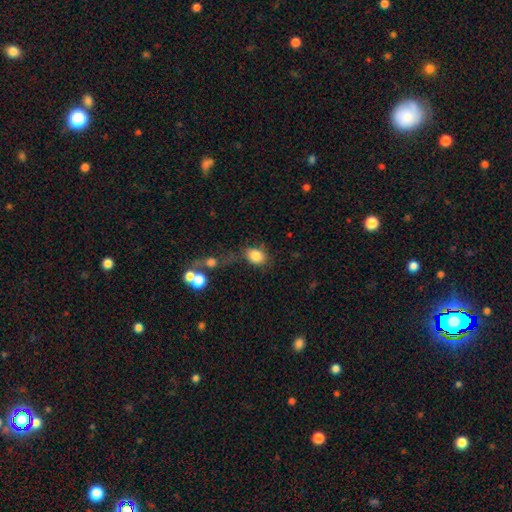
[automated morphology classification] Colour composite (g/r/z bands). It shows a smooth galaxy with no disk features (83%) that is in between round and cigar-shaped (57%). Merging: none (56%).